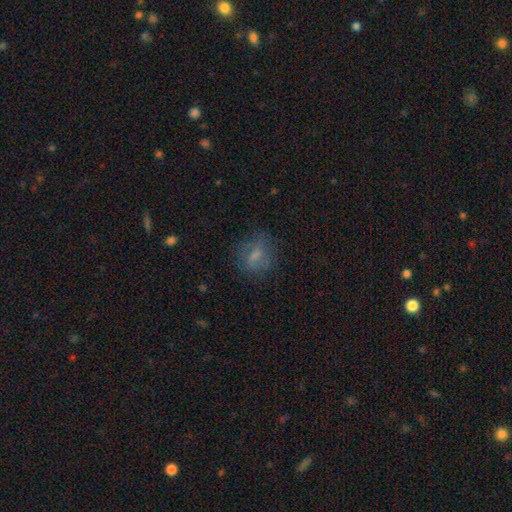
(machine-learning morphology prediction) Smooth or featured: smooth — 68% (featured or disk — 20%)
How rounded: round — 54% (in between — 42%)
Merging: none — 72% (minor disturbance — 18%)